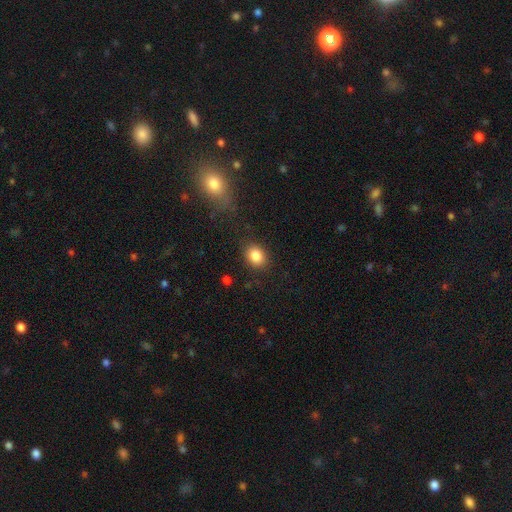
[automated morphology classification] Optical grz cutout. It shows a smooth galaxy with no disk features (84%) that is in between round and cigar-shaped (54%). Merging: none (86%).